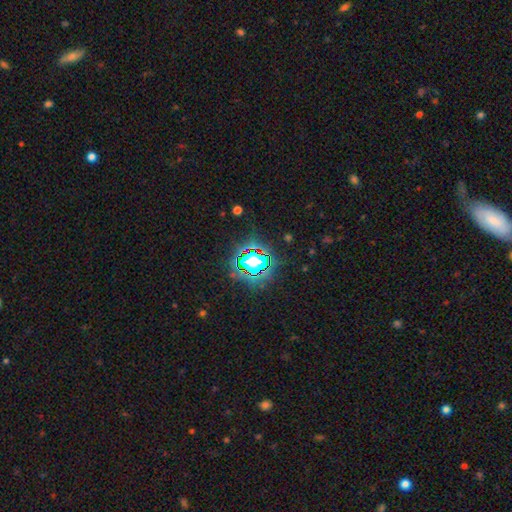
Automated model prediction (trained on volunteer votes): smooth-or-featured: star or artifact: 81% | smooth: 12% | featured or disk: 7%